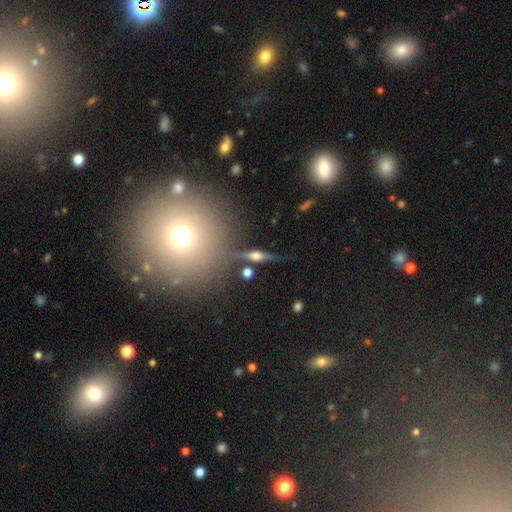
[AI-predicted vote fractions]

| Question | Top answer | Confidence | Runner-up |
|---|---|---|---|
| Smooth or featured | featured or disk | 69% | smooth (21%) |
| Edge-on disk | yes | 90% | no (10%) |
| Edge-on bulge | rounded | 91% | boxy (6%) |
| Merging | none | 75% | minor disturbance (13%) |